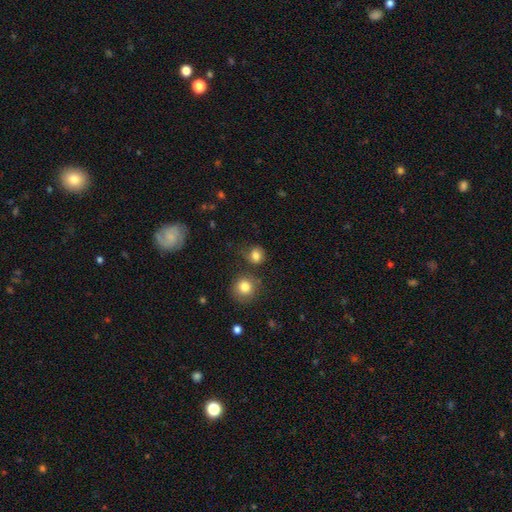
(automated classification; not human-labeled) A smooth galaxy with no disk features (81%) that is round (77%).

Vote fractions:
- Smooth or featured? smooth: 81% / star or artifact: 13% / featured or disk: 7%
- How rounded? round: 77% / in between: 22% / cigar-shaped: 1%
- Merging? none: 67% / minor disturbance: 16% / merger: 10% / major disturbance: 6%